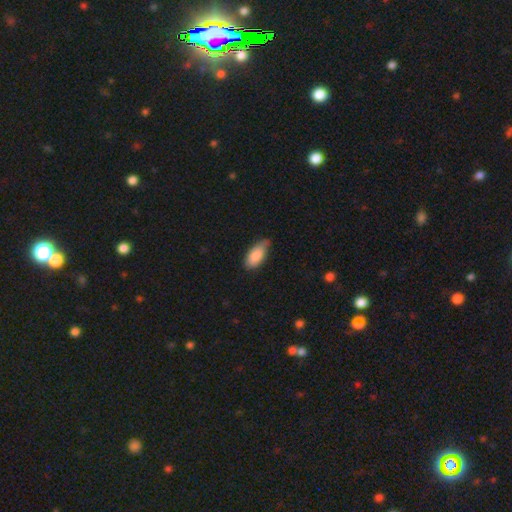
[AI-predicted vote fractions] smooth 83%, featured or disk 11%, star or artifact 6%. Down the decision tree: how rounded — in between (89%); merging — none (51%).